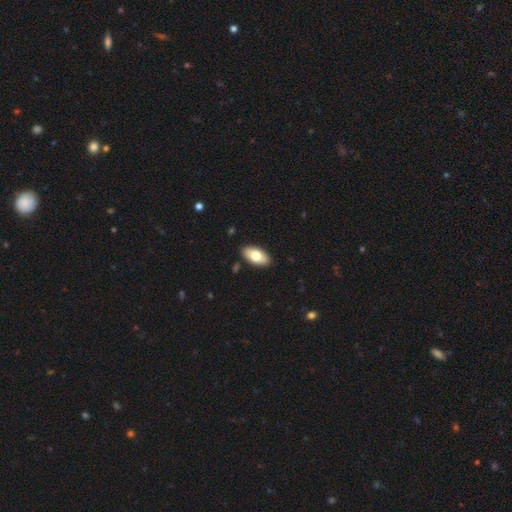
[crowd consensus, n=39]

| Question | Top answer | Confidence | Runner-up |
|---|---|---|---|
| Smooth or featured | smooth | 72% | featured or disk (21%) |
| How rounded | in between | 93% | round (4%) |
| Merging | none | 94% | minor disturbance (3%) |